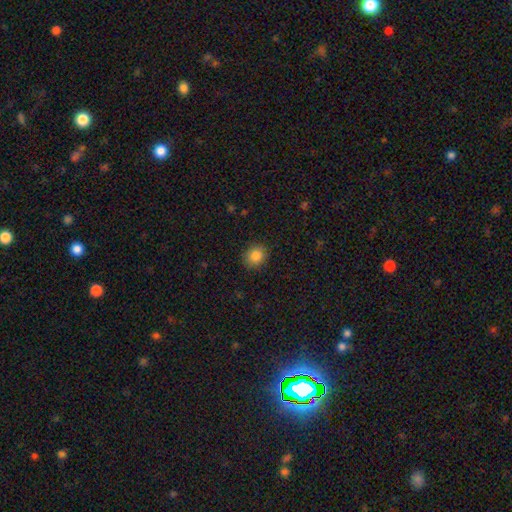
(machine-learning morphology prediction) A smooth galaxy with no disk features (84%) that is round (75%). Merging: none (88%).